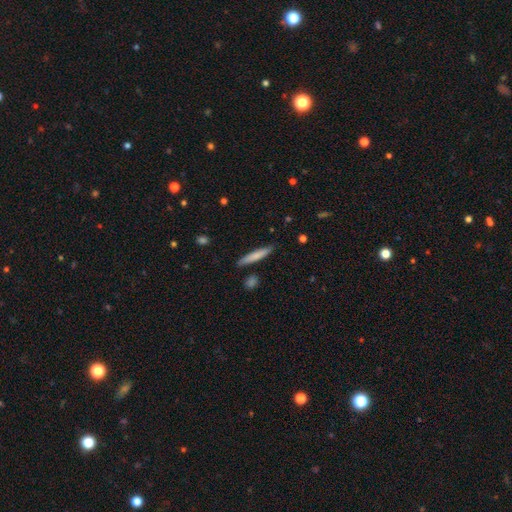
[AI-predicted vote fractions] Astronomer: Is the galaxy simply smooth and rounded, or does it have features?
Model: smooth — 74%.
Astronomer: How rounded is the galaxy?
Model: cigar-shaped — 94%.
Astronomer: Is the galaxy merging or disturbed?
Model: none — 87%.